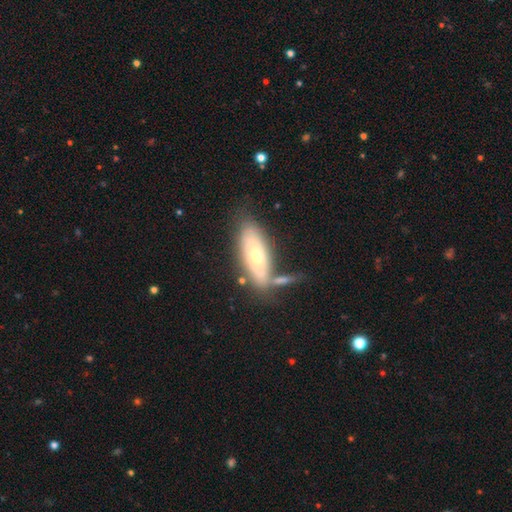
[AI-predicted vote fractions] Morphology: type=smooth (53%); roundness=in between (73%); merging=none (59%).